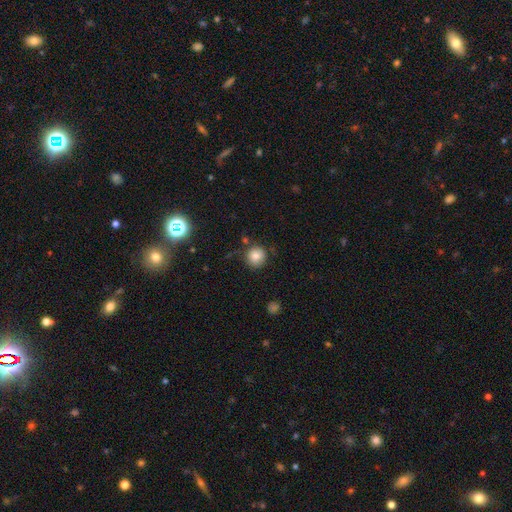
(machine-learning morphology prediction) Smooth or featured? smooth (84%)
How rounded? round (92%)
Merging? none (79%)